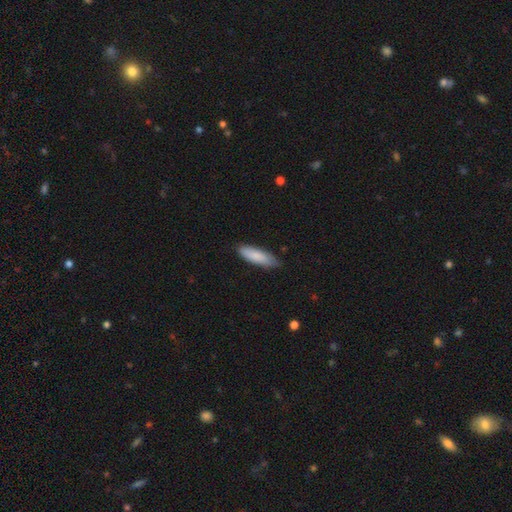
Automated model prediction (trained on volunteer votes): This appears to be a smooth galaxy with no disk features (84%) that is cigar-shaped (54%). Merging: none (78%).